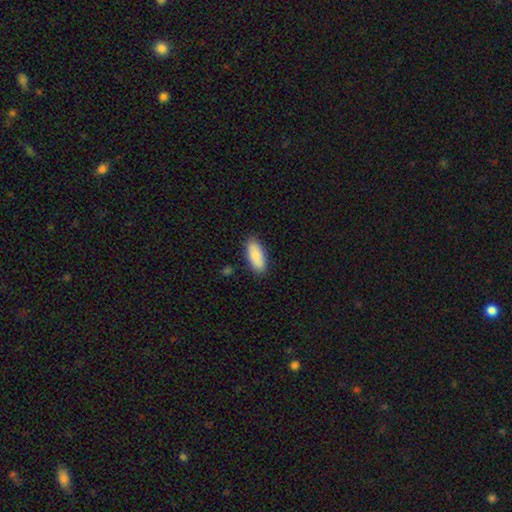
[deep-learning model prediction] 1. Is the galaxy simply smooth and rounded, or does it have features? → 87% smooth, 8% featured or disk, 6% star or artifact.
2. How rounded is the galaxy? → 87% in between, 11% cigar-shaped, 2% round.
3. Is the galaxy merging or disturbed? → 85% none, 11% minor disturbance, 2% major disturbance, 1% merger.